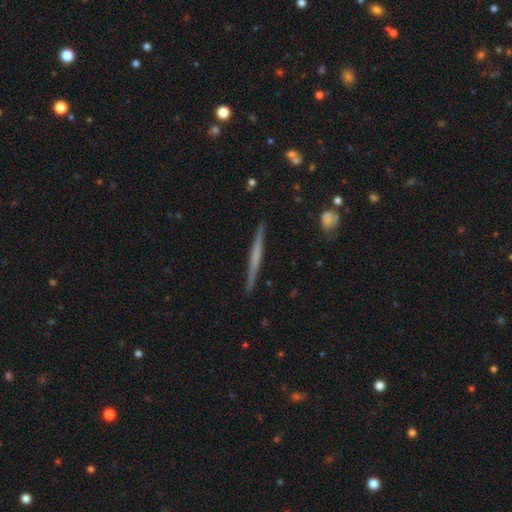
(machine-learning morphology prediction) Smooth or featured? Predicted: featured or disk (p=0.58). Edge-on disk? Predicted: yes (p=0.98). Edge-on bulge? Predicted: none (p=0.78). Merging? Predicted: none (p=0.91).